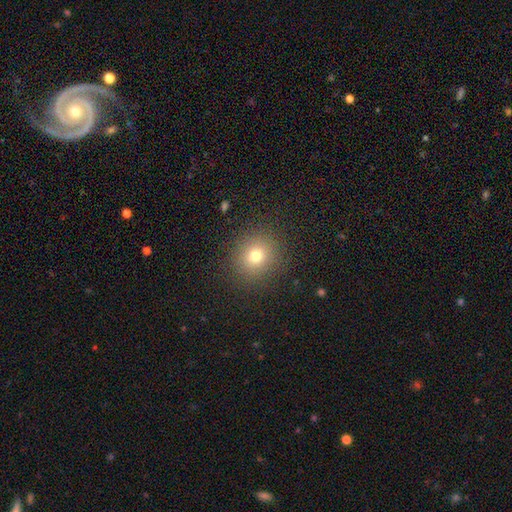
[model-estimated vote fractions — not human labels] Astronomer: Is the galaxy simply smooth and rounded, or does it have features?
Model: smooth — 74%.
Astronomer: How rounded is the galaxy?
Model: round — 87%.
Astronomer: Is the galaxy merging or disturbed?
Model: none — 88%.